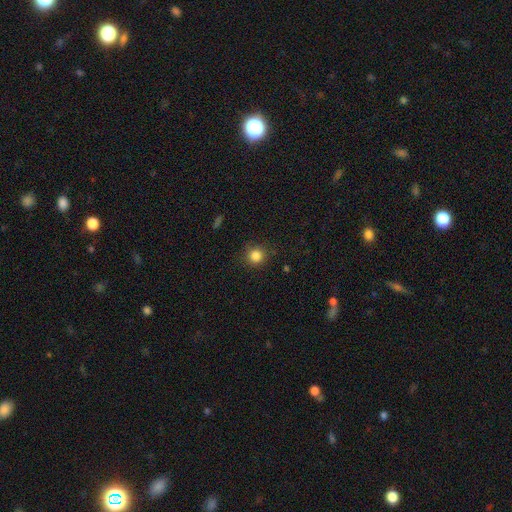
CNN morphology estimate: type=smooth (84%); roundness=round (93%); merging=none (87%).